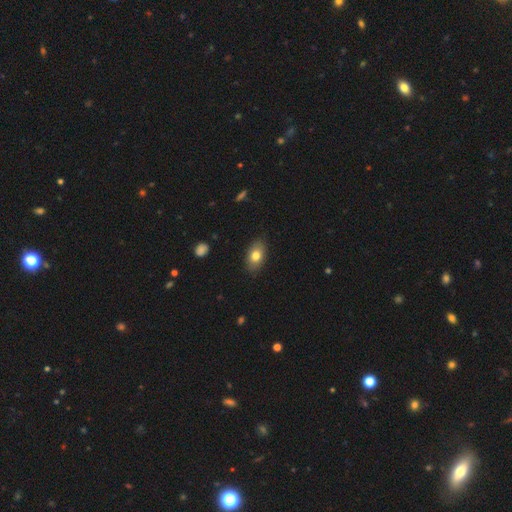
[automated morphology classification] type=smooth (79%); roundness=in between (88%); merging=none (85%).